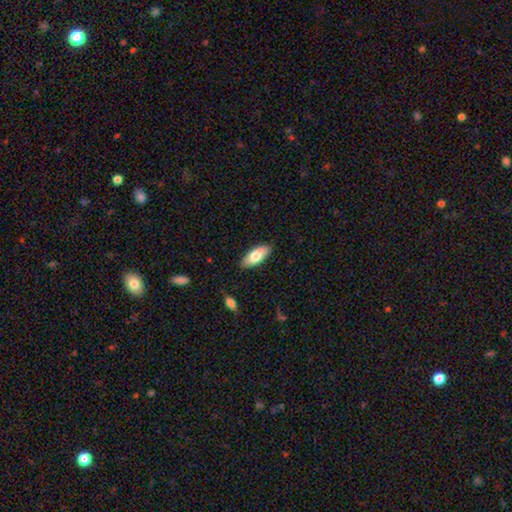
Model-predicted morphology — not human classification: type=smooth (78%); roundness=in between (84%); merging=none (86%).